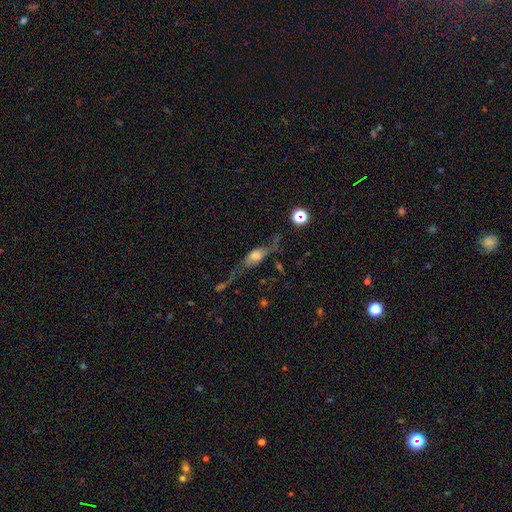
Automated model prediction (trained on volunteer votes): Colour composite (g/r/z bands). It shows a featured or disk galaxy (50%). Merging: none (39%).